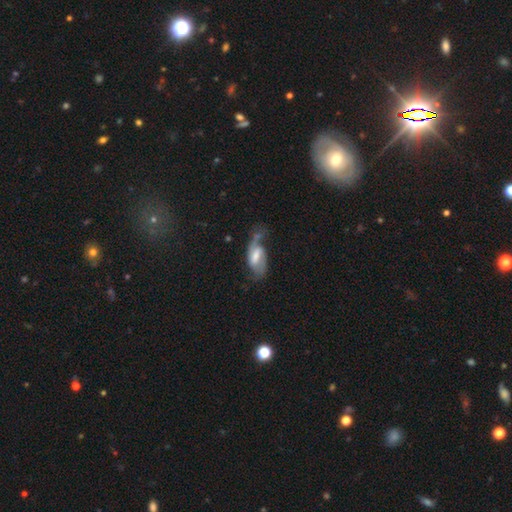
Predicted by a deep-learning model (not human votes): Morphology: type=featured or disk (76%); edge-on=no (95%); bar=weak (50%); spiral arms=yes (91%); winding=medium (43%); arm count=2 (78%); bulge=moderate (44%); merging=none (49%).